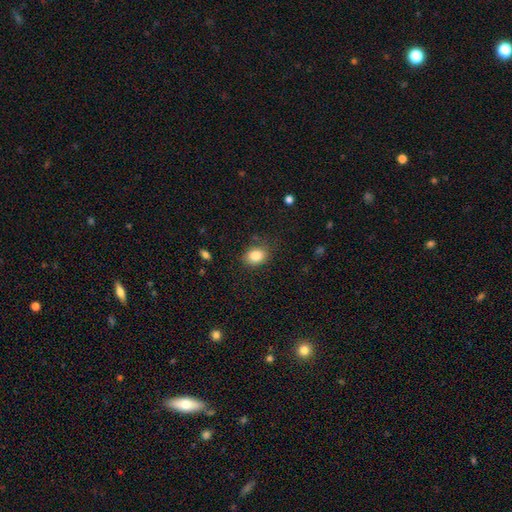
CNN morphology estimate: A smooth galaxy with no disk features (85%) that is in between round and cigar-shaped (60%). Merging: none (78%).